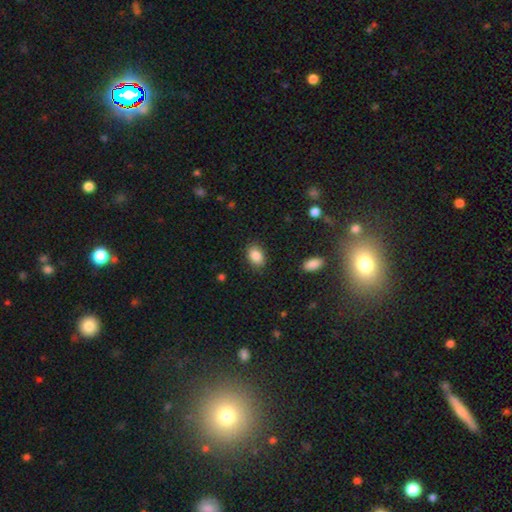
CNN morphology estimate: This is clearly a smooth galaxy (88%). How rounded: clearly in between (83%). Merging: clearly none (86%).